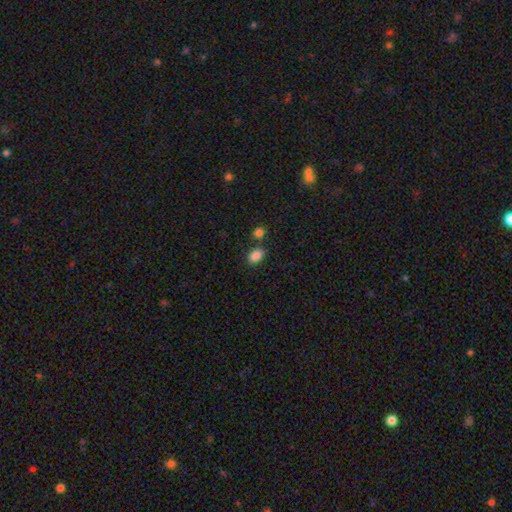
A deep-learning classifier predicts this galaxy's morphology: Q: Smooth or featured?
A: smooth (86%); runner-up: star or artifact (9%)
Q: How rounded?
A: in between (82%); runner-up: round (16%)
Q: Merging?
A: none (71%); runner-up: merger (13%)